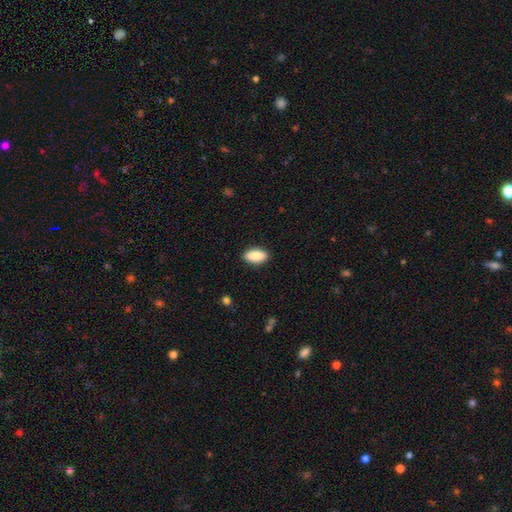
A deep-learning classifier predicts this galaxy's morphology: Smooth or featured? smooth (88%)
How rounded? in between (87%)
Merging? none (89%)